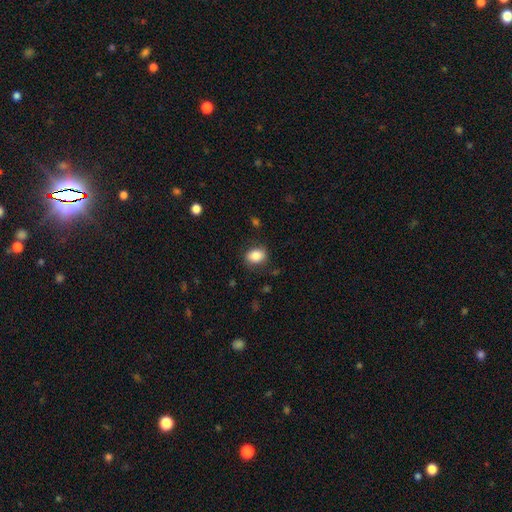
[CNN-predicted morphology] Smooth or featured: smooth — 85% (star or artifact — 8%)
How rounded: in between — 67% (round — 32%)
Merging: none — 82% (minor disturbance — 13%)